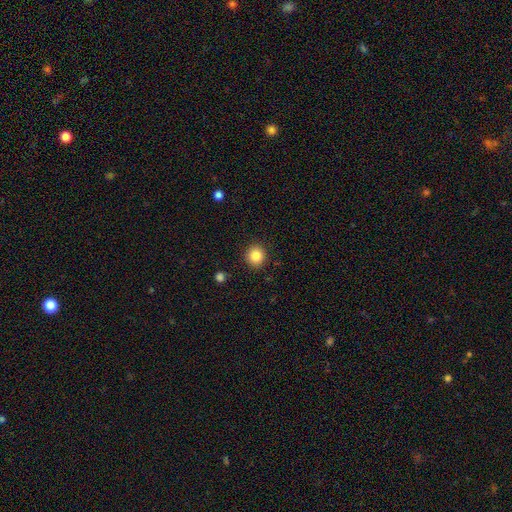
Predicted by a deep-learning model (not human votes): Smooth or featured: smooth — 86% (star or artifact — 10%)
How rounded: round — 90% (in between — 9%)
Merging: none — 91% (minor disturbance — 6%)